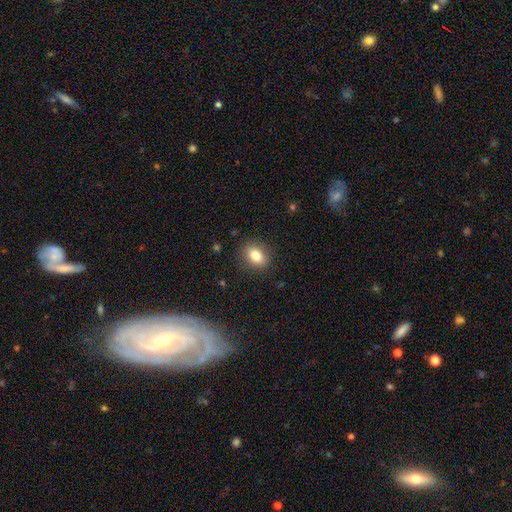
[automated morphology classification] type=smooth (82%); roundness=in between (60%); merging=none (87%).